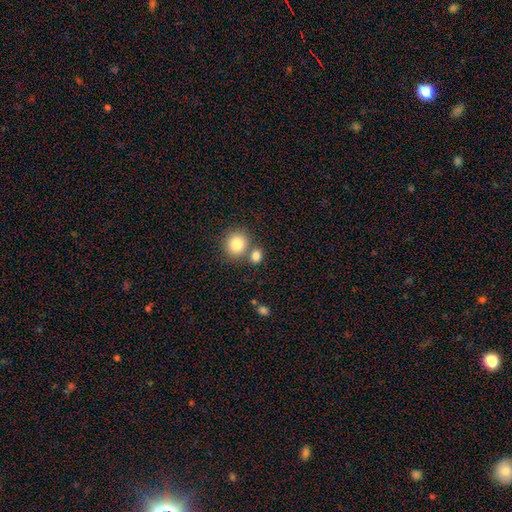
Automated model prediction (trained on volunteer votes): A smooth galaxy with no disk features (83%) that is round (64%). Merging: none (56%).